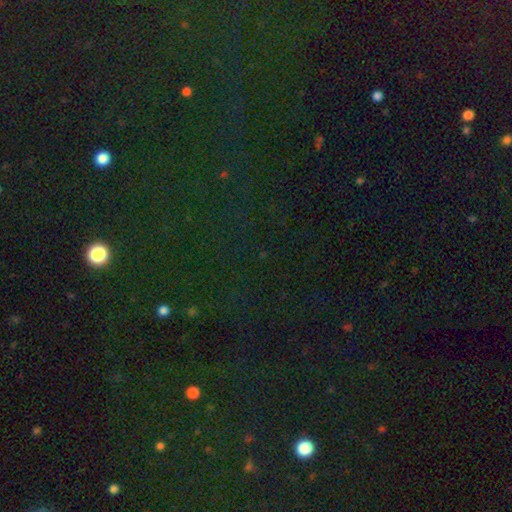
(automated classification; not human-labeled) A star or artifact, not a galaxy (80%).

Vote fractions:
- Smooth or featured? star or artifact: 80% / smooth: 12% / featured or disk: 7%